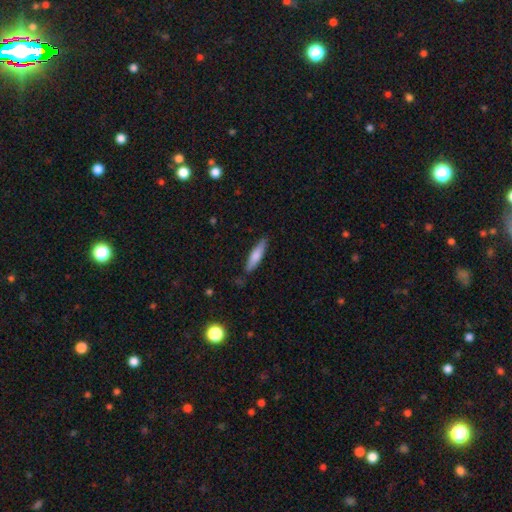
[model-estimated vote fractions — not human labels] Morphology: type=smooth (72%); roundness=cigar-shaped (78%); merging=none (83%).